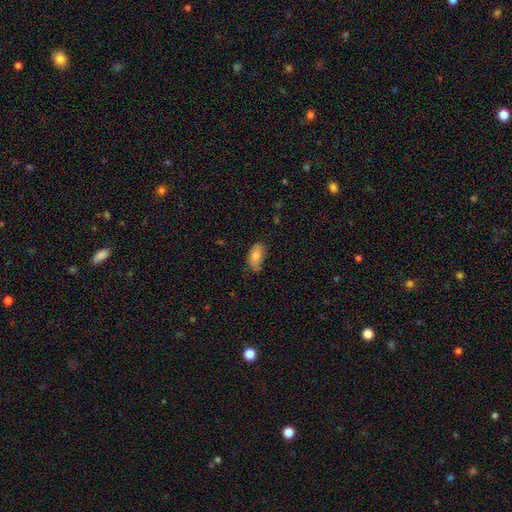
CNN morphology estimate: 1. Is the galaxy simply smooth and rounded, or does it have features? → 77% smooth, 16% featured or disk, 7% star or artifact.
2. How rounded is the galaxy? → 92% in between, 4% round, 4% cigar-shaped.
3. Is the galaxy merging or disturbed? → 67% none, 27% minor disturbance, 5% major disturbance, 2% merger.